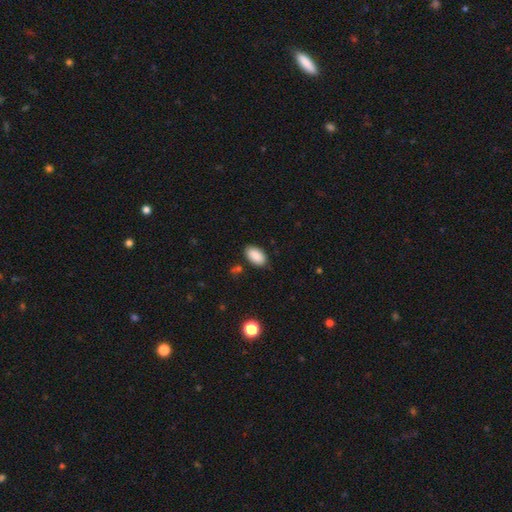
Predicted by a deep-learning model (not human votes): Smooth or featured? Predicted: smooth (p=0.89). How rounded? Predicted: in between (p=0.94). Merging? Predicted: none (p=0.84).